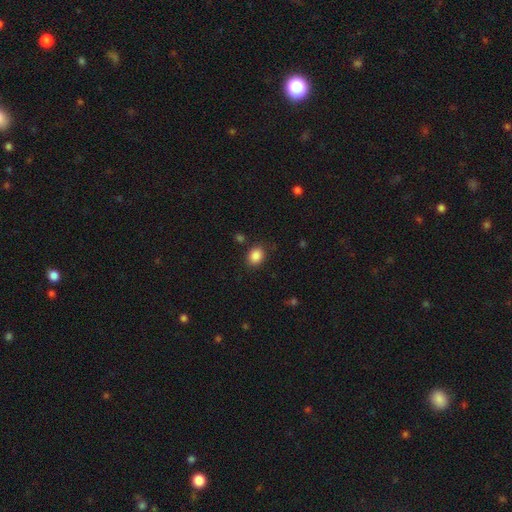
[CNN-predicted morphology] Smooth or featured? Predicted: smooth (p=0.87). How rounded? Predicted: in between (p=0.53). Merging? Predicted: none (p=0.85).